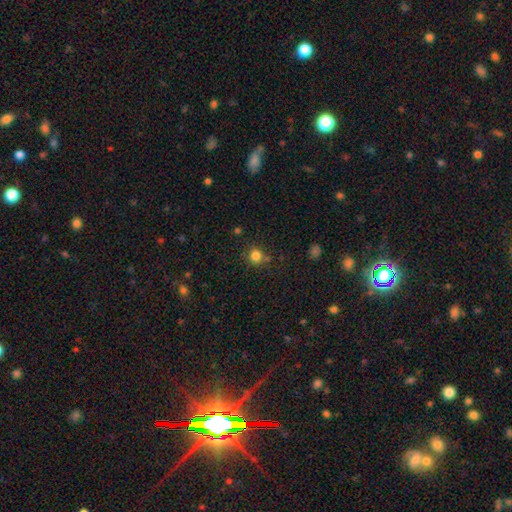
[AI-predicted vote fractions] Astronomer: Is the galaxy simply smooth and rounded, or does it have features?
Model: smooth — 81%.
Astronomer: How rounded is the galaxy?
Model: round — 91%.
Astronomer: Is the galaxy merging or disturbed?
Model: none — 77%.